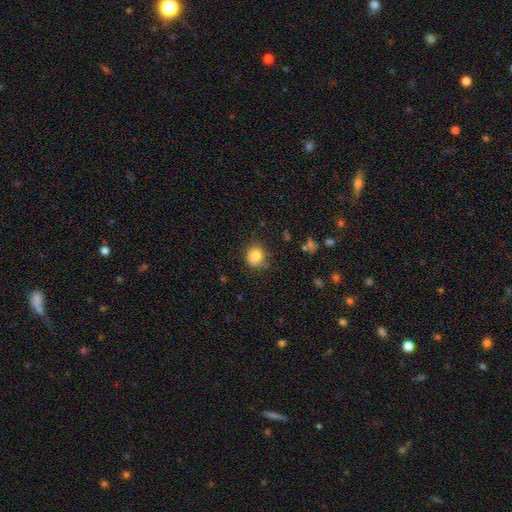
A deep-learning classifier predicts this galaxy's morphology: type=smooth (80%); roundness=round (75%); merging=none (68%).